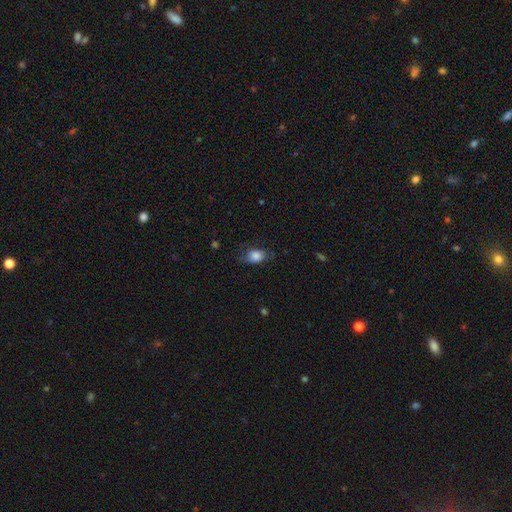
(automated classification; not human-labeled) Smooth or featured?
  - smooth: 80% *
  - featured or disk: 12%
  - star or artifact: 8%
How rounded?
  - in between: 76% *
  - round: 22%
  - cigar-shaped: 2%
Merging?
  - none: 64% *
  - minor disturbance: 26%
  - major disturbance: 9%
  - merger: 1%